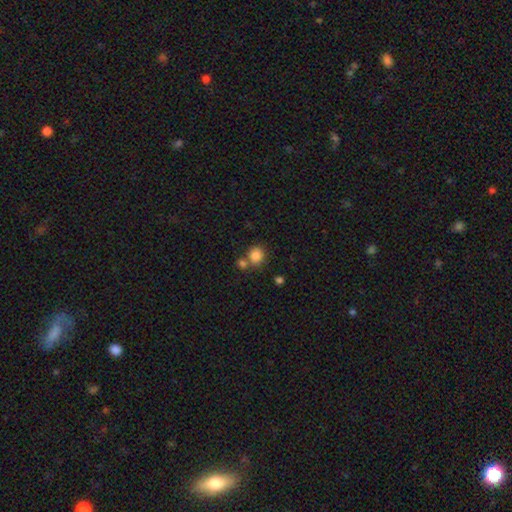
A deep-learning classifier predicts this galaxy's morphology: Smooth or featured?
  - smooth: 85% *
  - star or artifact: 10%
  - featured or disk: 5%
How rounded?
  - round: 75% *
  - in between: 24%
  - cigar-shaped: 1%
Merging?
  - none: 58% *
  - merger: 28%
  - minor disturbance: 10%
  - major disturbance: 4%